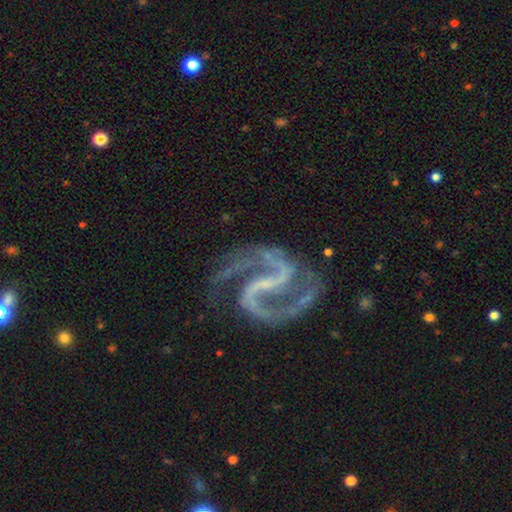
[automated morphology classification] Smooth or featured? featured or disk (93%)
Edge-on disk? no (98%)
Bar? strong (43%)
Spiral arms? yes (99%)
Spiral winding? medium (64%)
Spiral arm count? 2 (93%)
Bulge size? none (46%, tied with small)
Merging? none (75%)